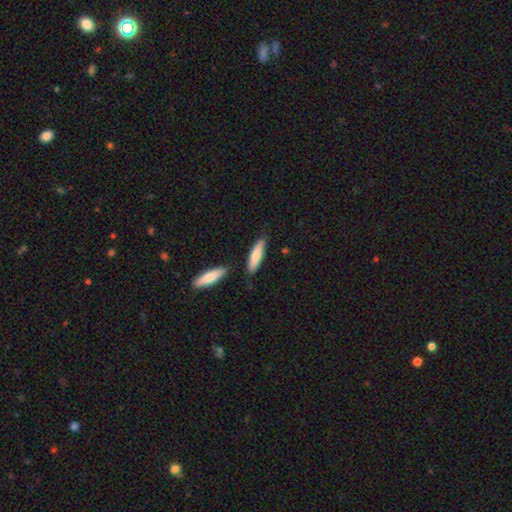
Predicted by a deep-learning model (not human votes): Smooth or featured: smooth — 80% (featured or disk — 15%)
How rounded: cigar-shaped — 71% (in between — 27%)
Merging: none — 78% (minor disturbance — 13%)